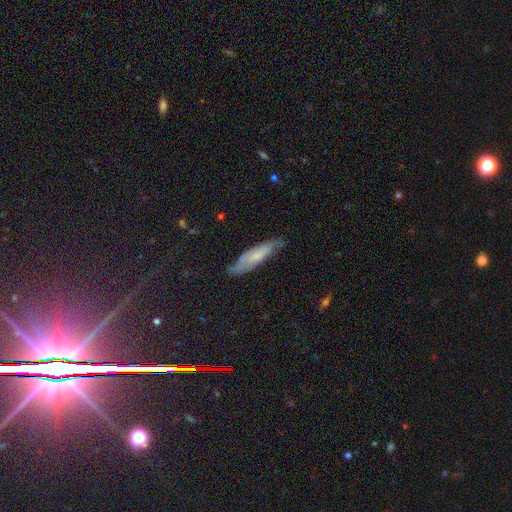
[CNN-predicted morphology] smooth 53%, featured or disk 38%, star or artifact 9%. Down the decision tree: how rounded — cigar-shaped (69%); merging — none (67%).